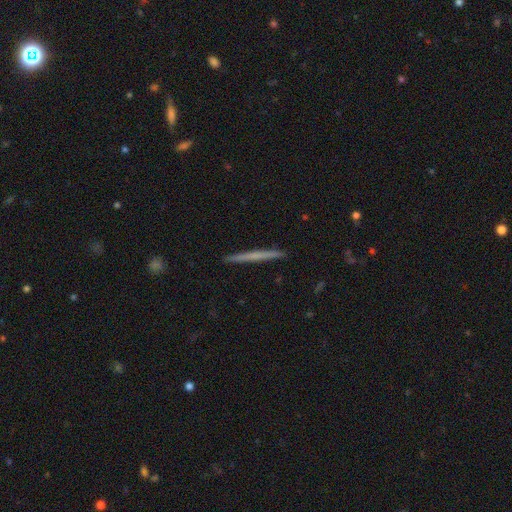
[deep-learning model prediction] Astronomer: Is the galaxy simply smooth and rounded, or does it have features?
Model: smooth — 49% (runner-up: featured or disk, 45%).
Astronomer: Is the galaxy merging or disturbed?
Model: none — 93%.